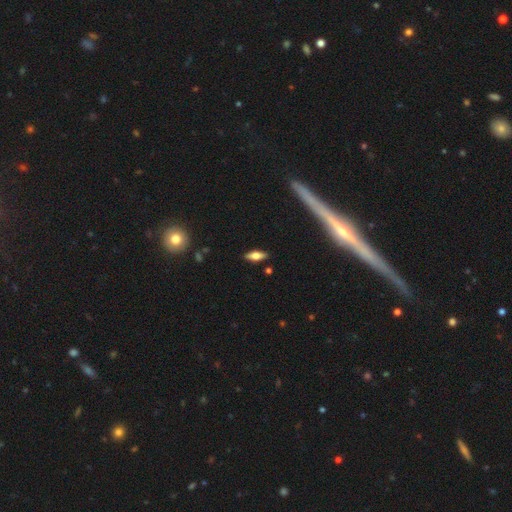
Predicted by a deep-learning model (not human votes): smooth-or-featured: smooth: 57% | featured or disk: 35% | star or artifact: 8%
  how-rounded: in between: 67% | cigar-shaped: 30% | round: 3%
  merging: none: 87% | minor disturbance: 9% | major disturbance: 2% | merger: 2%